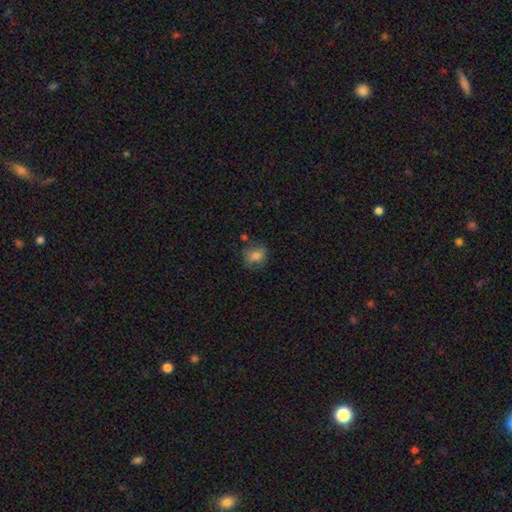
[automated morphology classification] type=smooth (75%); roundness=round (67%); merging=none (72%).